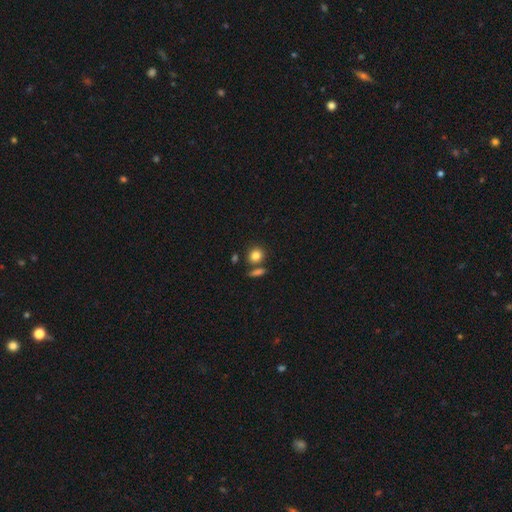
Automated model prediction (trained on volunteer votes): smooth_or_featured: smooth (p=0.82) [alt: star or artifact p=0.11]
how_rounded: round (p=0.77) [alt: in between p=0.22]
merging: none (p=0.69) [alt: merger p=0.17]